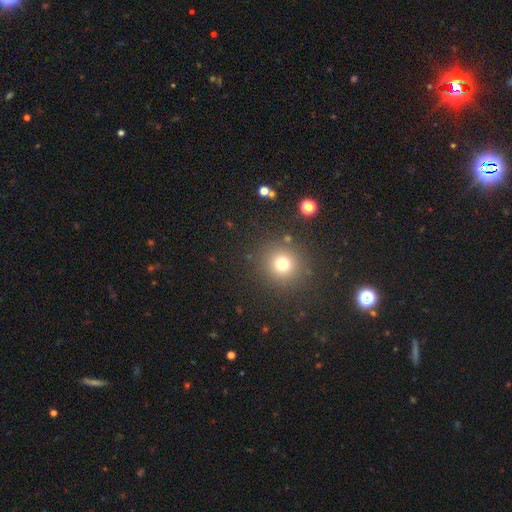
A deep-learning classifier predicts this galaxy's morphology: smooth 55%, star or artifact 38%, featured or disk 7%. Down the decision tree: how rounded — round (94%); merging — none (90%).